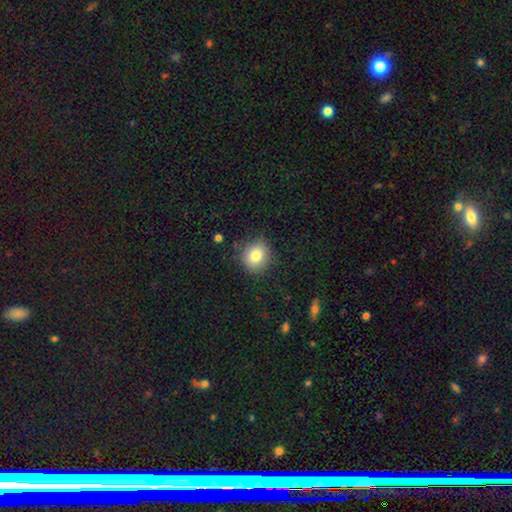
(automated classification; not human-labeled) smooth-or-featured: smooth: 81% | star or artifact: 10% | featured or disk: 9%
  how-rounded: round: 77% | in between: 22% | cigar-shaped: 1%
  merging: none: 84% | minor disturbance: 12% | major disturbance: 3% | merger: 1%